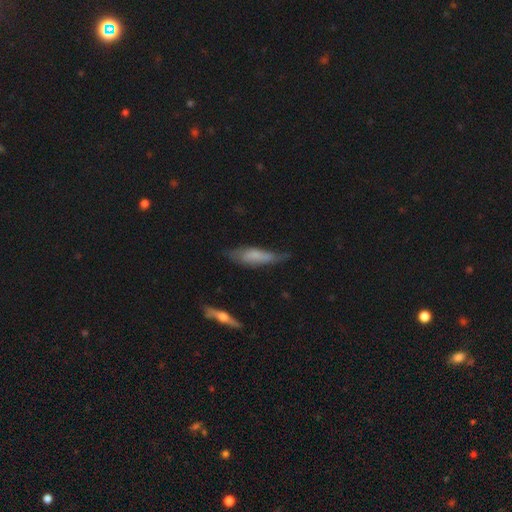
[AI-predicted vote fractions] A smooth galaxy with no disk features (56%) that is cigar-shaped (58%).

Vote fractions:
- Smooth or featured? smooth: 56% / featured or disk: 37% / star or artifact: 7%
- How rounded? cigar-shaped: 58% / in between: 40% / round: 2%
- Merging? none: 47% / minor disturbance: 37% / major disturbance: 13% / merger: 3%